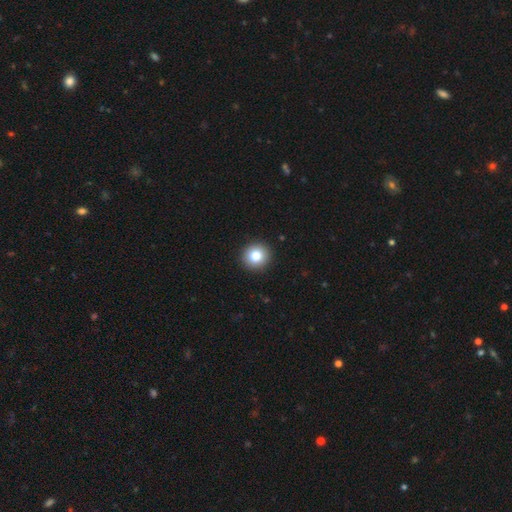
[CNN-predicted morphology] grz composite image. It shows a smooth galaxy with no disk features (83%) that is round (92%). Merging: none (93%).